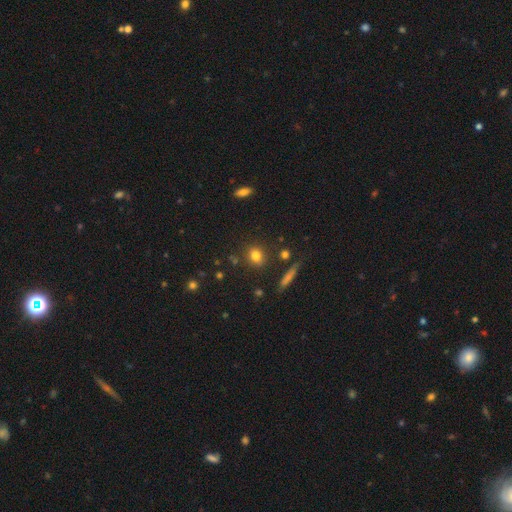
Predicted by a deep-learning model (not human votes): A smooth galaxy with no disk features (80%) that is round (57%).

Vote fractions:
- Smooth or featured? smooth: 80% / star or artifact: 12% / featured or disk: 8%
- How rounded? round: 57% / in between: 39% / cigar-shaped: 4%
- Merging? none: 83% / minor disturbance: 10% / merger: 4% / major disturbance: 3%